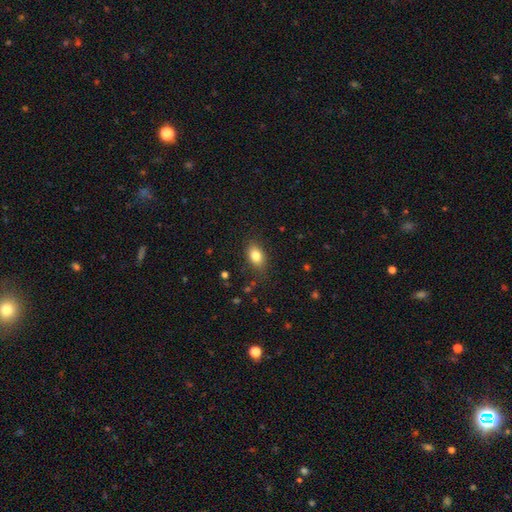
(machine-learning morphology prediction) This is clearly a smooth galaxy (82%). How rounded: clearly in between (83%). Merging: clearly none (83%).